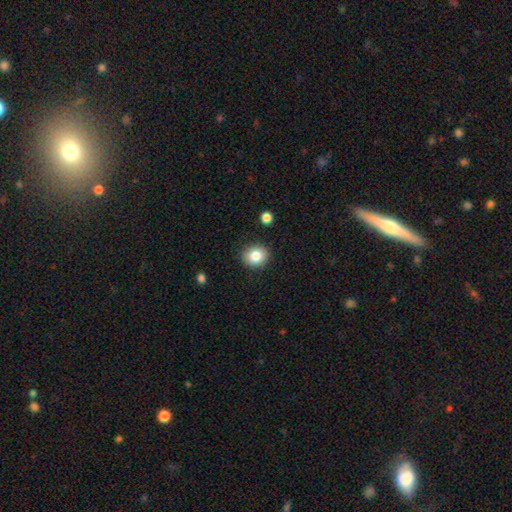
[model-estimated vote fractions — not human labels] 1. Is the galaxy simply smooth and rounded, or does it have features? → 83% smooth, 10% star or artifact, 7% featured or disk.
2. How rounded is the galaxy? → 80% round, 19% in between, 1% cigar-shaped.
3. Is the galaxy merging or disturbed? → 89% none, 8% minor disturbance, 2% major disturbance, 1% merger.